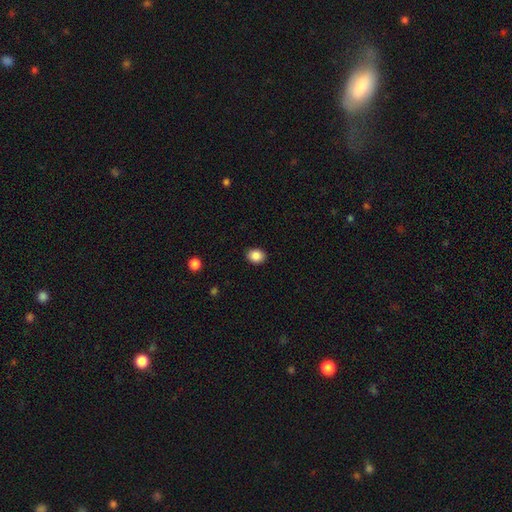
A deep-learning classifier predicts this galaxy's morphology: Overall: smooth (88%). How rounded: round (55%; in between 45%). Merging: none (90%).